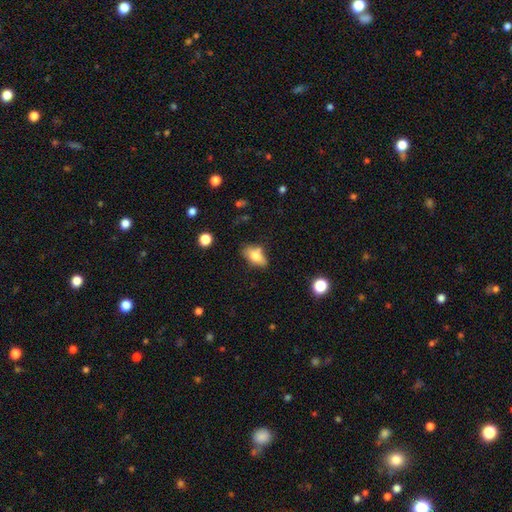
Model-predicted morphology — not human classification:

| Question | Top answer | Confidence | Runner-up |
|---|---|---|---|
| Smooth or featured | smooth | 72% | featured or disk (19%) |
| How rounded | in between | 86% | cigar-shaped (8%) |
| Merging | none | 65% | minor disturbance (22%) |